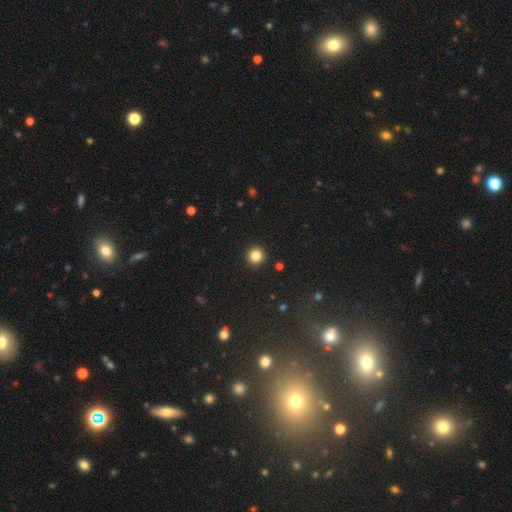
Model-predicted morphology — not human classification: This is clearly a smooth galaxy (84%). How rounded: clearly round (96%). Merging: clearly none (93%).